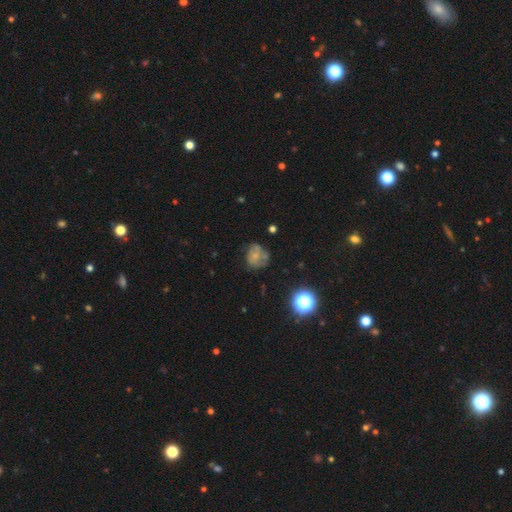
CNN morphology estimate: Smooth or featured?
  - smooth: 48% *
  - featured or disk: 37%
  - star or artifact: 15%
Merging?
  - none: 49% *
  - minor disturbance: 27%
  - major disturbance: 18%
  - merger: 6%